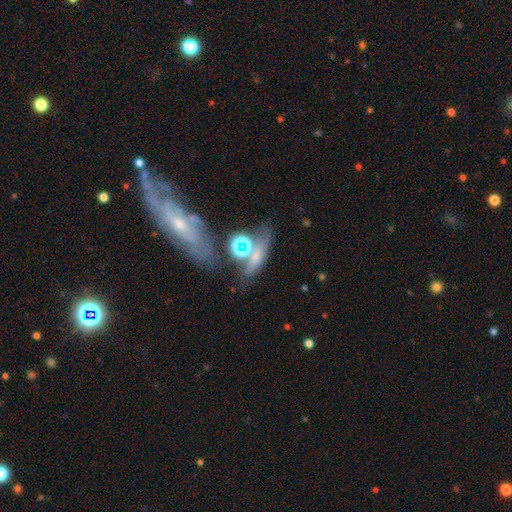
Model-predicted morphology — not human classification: type=smooth (47%); merging=none (54%).